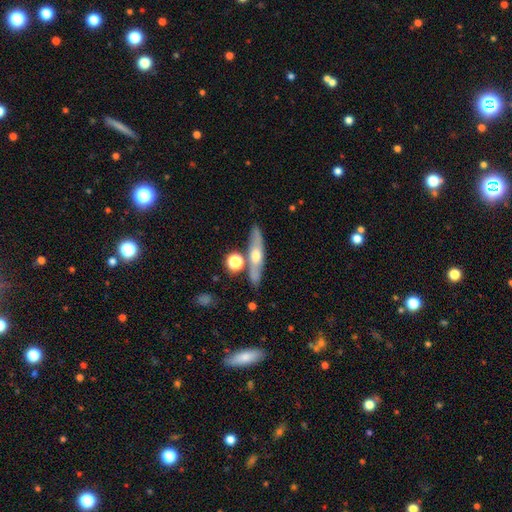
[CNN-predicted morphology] Smooth or featured?
  - featured or disk: 60% *
  - smooth: 31%
  - star or artifact: 9%
Edge-on disk?
  - yes: 88% *
  - no: 12%
Edge-on bulge?
  - rounded: 90% *
  - none: 7%
  - boxy: 3%
Merging?
  - none: 77% *
  - minor disturbance: 11%
  - merger: 8%
  - major disturbance: 3%